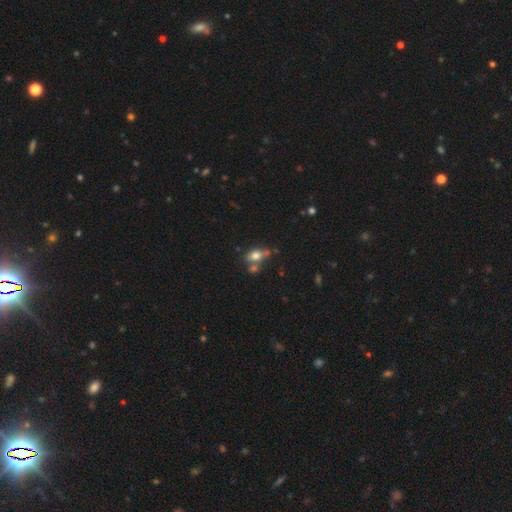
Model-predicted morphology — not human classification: Q: Smooth or featured?
A: smooth (70%); runner-up: featured or disk (19%)
Q: How rounded?
A: in between (77%); runner-up: round (15%)
Q: Merging?
A: none (46%); runner-up: merger (29%)